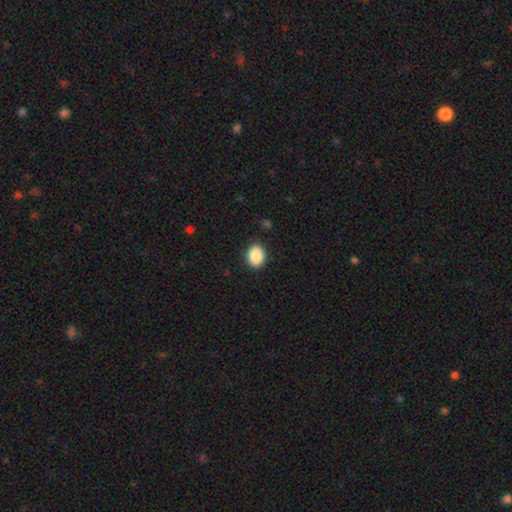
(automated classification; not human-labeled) A smooth galaxy with no disk features (88%) that is in between round and cigar-shaped (64%).

Vote fractions:
- Smooth or featured? smooth: 88% / star or artifact: 8% / featured or disk: 4%
- How rounded? in between: 64% / round: 35% / cigar-shaped: 1%
- Merging? none: 88% / minor disturbance: 9% / major disturbance: 2% / merger: 1%